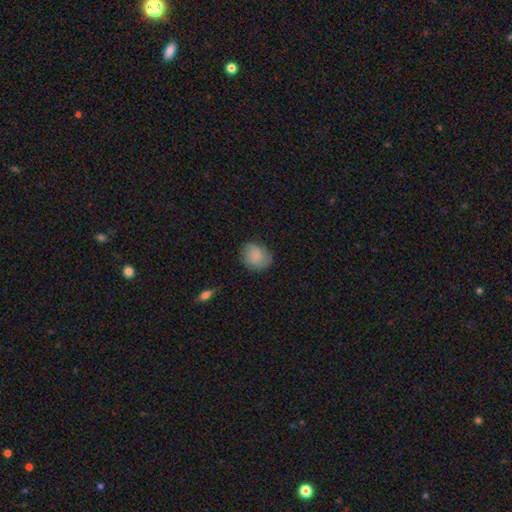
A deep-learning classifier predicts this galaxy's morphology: A smooth galaxy with no disk features (82%) that is round (57%).

Vote fractions:
- Smooth or featured? smooth: 82% / featured or disk: 10% / star or artifact: 8%
- How rounded? round: 57% / in between: 42% / cigar-shaped: 1%
- Merging? none: 72% / minor disturbance: 22% / major disturbance: 5% / merger: 1%